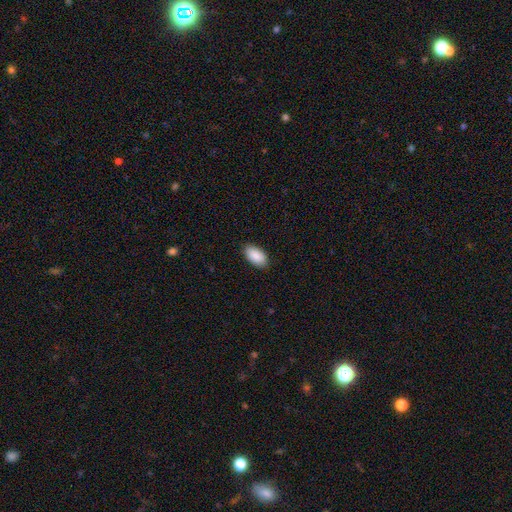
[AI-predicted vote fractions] smooth-or-featured: smooth: 91% | star or artifact: 6% | featured or disk: 4%
  how-rounded: in between: 95% | round: 2% | cigar-shaped: 2%
  merging: none: 89% | minor disturbance: 9% | major disturbance: 2% | merger: 1%